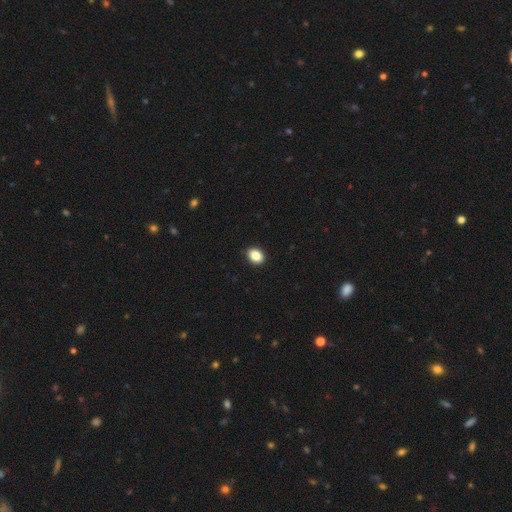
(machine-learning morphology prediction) type=smooth (88%); roundness=in between (62%); merging=none (91%).